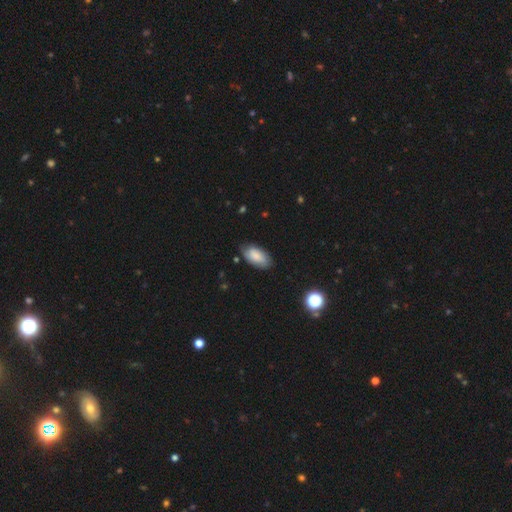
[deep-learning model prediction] Overall: smooth (79%). How rounded: in between (94%). Merging: none (75%).